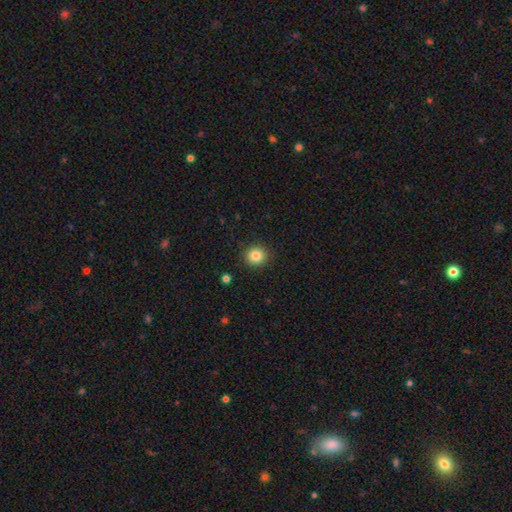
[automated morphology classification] A smooth galaxy with no disk features (84%) that is round (89%).

Vote fractions:
- Smooth or featured? smooth: 84% / star or artifact: 10% / featured or disk: 6%
- How rounded? round: 89% / in between: 10% / cigar-shaped: 1%
- Merging? none: 91% / minor disturbance: 6% / major disturbance: 2% / merger: 1%